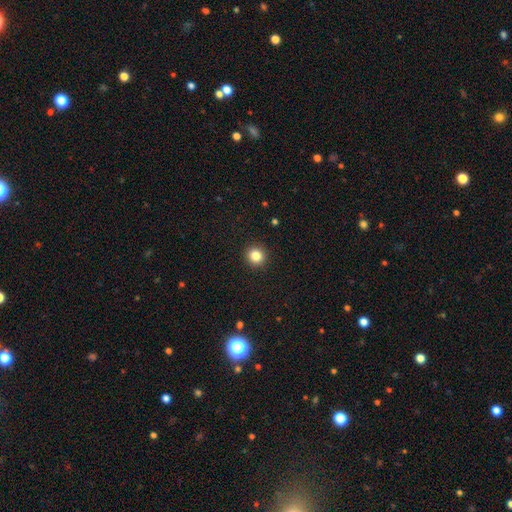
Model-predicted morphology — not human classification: smooth 84%, star or artifact 11%, featured or disk 5%. Down the decision tree: how rounded — round (93%); merging — none (93%).